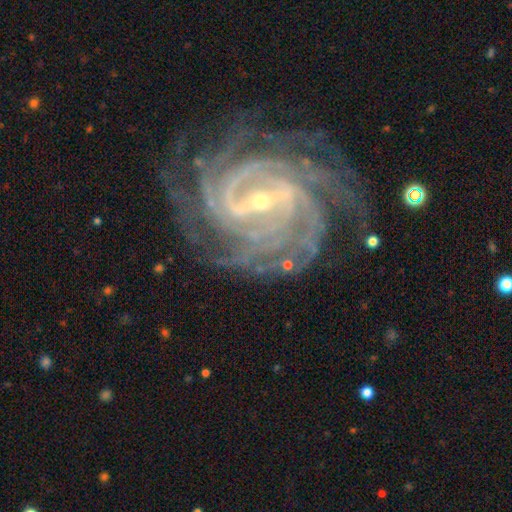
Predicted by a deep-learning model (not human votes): This appears to be a featured or disk galaxy (93%) with a strong bar (59%), 4 (34%) tight (72%) spiral arms (99%) and a small central bulge (73%). Merging: none (77%).